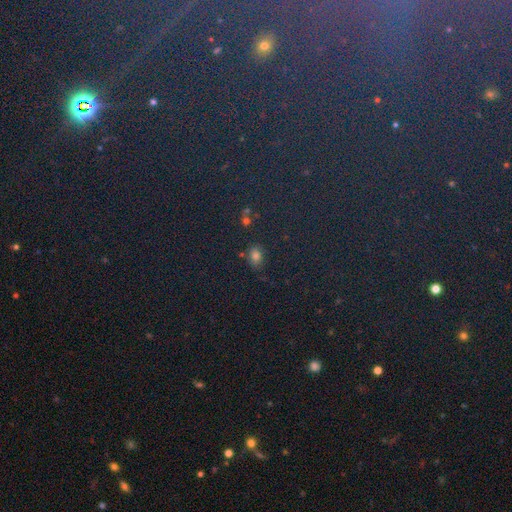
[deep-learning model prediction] This is likely a smooth galaxy (70%). How rounded: likely in between (69%). Merging: likely none (78%).